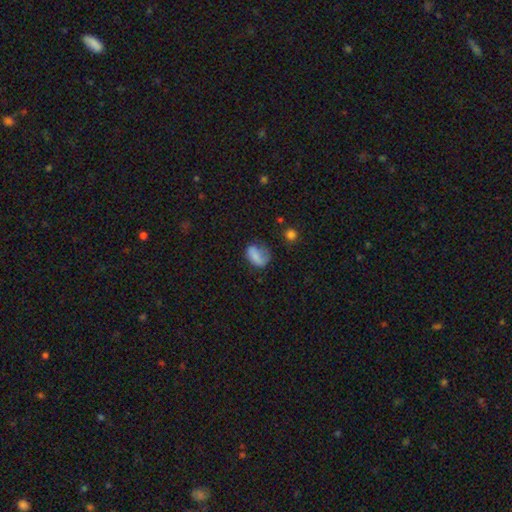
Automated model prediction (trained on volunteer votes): Smooth or featured? smooth (68%)
How rounded? in between (77%)
Merging? none (42%)